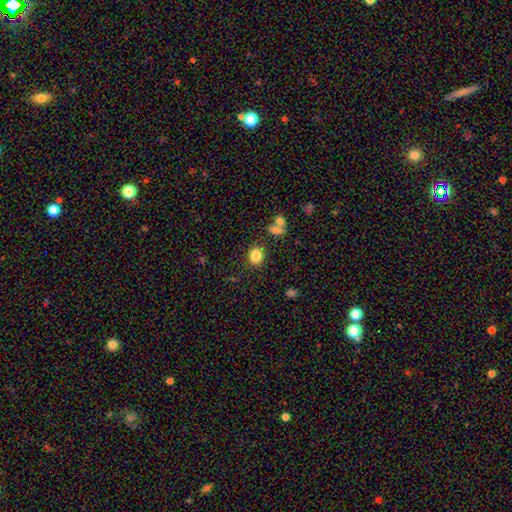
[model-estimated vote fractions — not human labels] Smooth or featured? Predicted: smooth (p=0.83). How rounded? Predicted: round (p=0.60). Merging? Predicted: none (p=0.82).